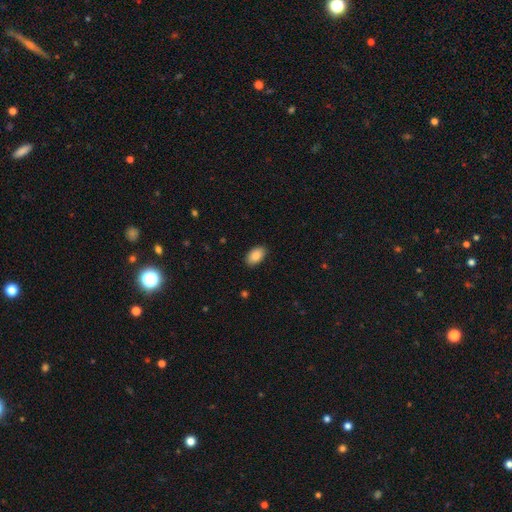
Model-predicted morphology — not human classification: type=smooth (85%); roundness=in between (92%); merging=none (89%).